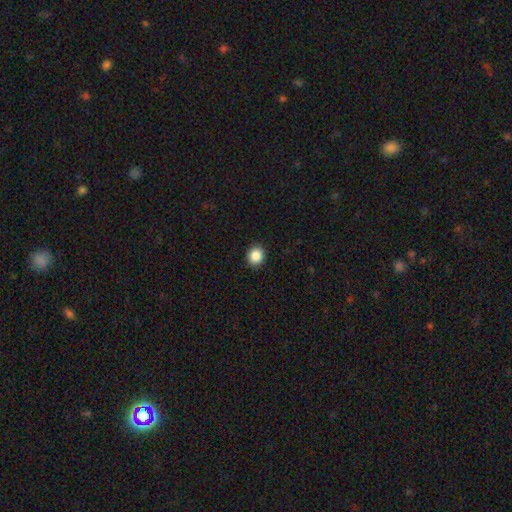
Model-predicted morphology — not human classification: Smooth or featured: smooth — 87% (star or artifact — 9%)
How rounded: round — 83% (in between — 16%)
Merging: none — 92% (minor disturbance — 5%)